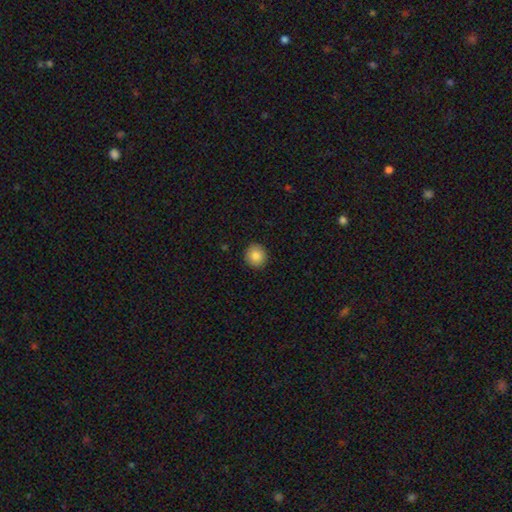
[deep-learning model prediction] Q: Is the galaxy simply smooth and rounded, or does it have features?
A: smooth — 85%.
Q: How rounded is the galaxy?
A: round — 89%.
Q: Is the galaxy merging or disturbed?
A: none — 91%.